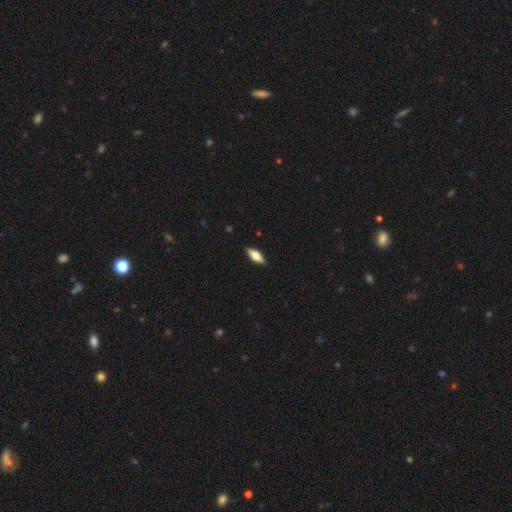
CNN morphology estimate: smooth-or-featured: smooth: 70% | featured or disk: 24% | star or artifact: 6%
  how-rounded: in between: 69% | cigar-shaped: 28% | round: 2%
  merging: none: 88% | minor disturbance: 9% | major disturbance: 2% | merger: 1%